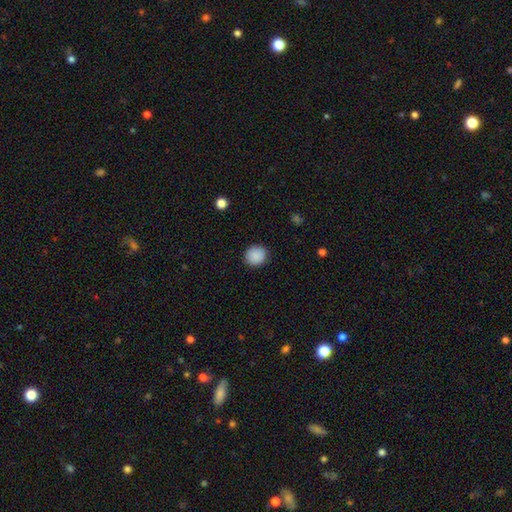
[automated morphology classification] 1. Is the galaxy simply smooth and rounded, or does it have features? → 89% smooth, 8% star or artifact, 3% featured or disk.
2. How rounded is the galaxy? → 87% round, 12% in between, 1% cigar-shaped.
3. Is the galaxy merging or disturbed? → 90% none, 7% minor disturbance, 2% major disturbance, 1% merger.